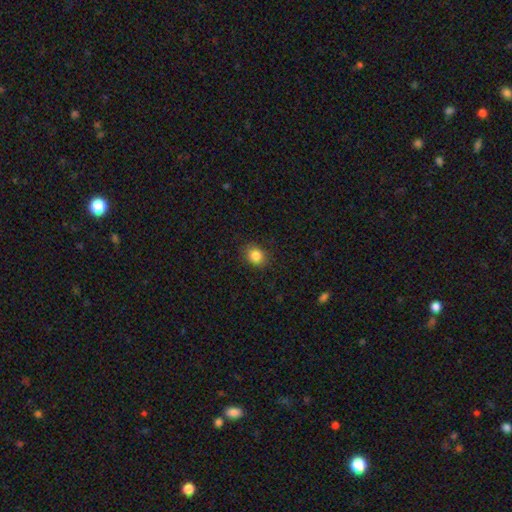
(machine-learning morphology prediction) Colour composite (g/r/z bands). It shows a smooth galaxy with no disk features (84%) that is round (61%). Merging: none (88%).